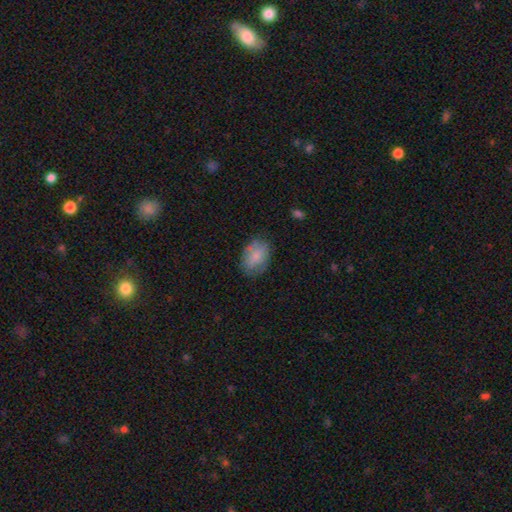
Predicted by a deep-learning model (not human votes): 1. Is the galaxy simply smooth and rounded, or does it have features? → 74% smooth, 19% featured or disk, 7% star or artifact.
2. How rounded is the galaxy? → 81% in between, 18% round, 1% cigar-shaped.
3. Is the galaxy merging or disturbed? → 72% none, 21% minor disturbance, 6% major disturbance, 2% merger.